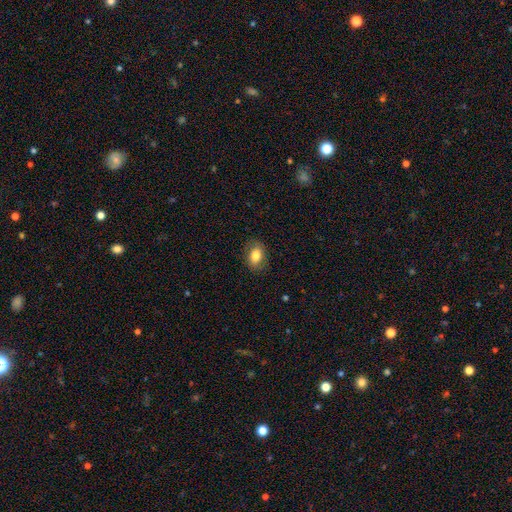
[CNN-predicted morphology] A smooth galaxy with no disk features (80%) that is in between round and cigar-shaped (78%).

Vote fractions:
- Smooth or featured? smooth: 80% / featured or disk: 12% / star or artifact: 8%
- How rounded? in between: 78% / round: 20% / cigar-shaped: 1%
- Merging? none: 84% / minor disturbance: 12% / major disturbance: 3% / merger: 1%